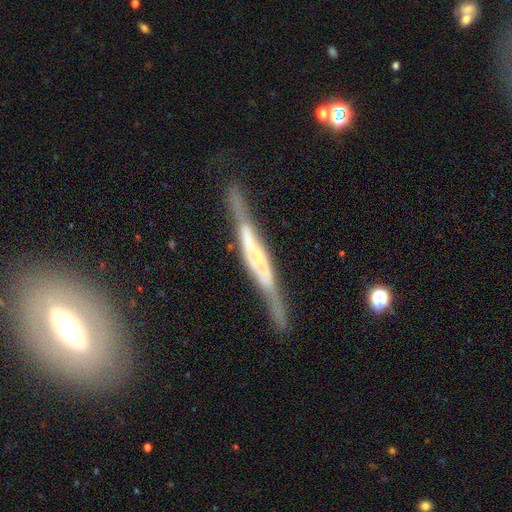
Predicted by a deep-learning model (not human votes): This appears to be a featured or disk galaxy (81%) viewed edge-on (92%) with a boxy central bulge (60%). Merging: none (76%).